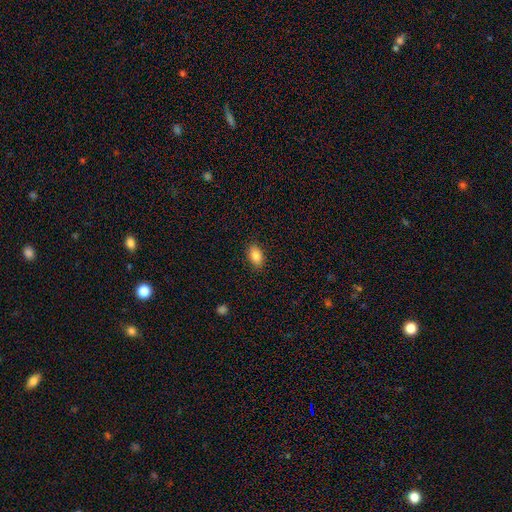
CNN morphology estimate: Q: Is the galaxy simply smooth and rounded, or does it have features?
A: smooth — 87%.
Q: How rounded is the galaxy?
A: in between — 90%.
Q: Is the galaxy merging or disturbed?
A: none — 88%.